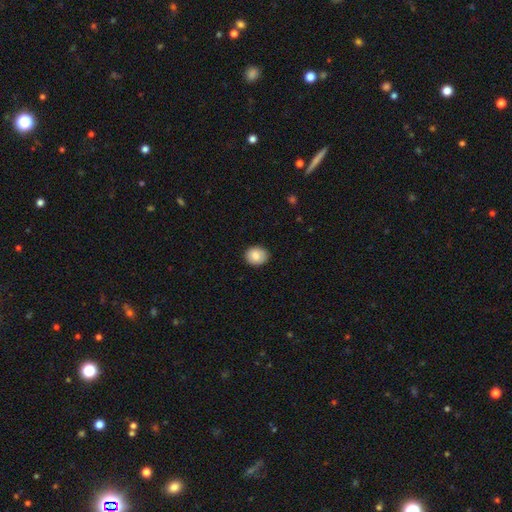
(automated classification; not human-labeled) Morphology: type=smooth (86%); roundness=round (63%); merging=none (88%).